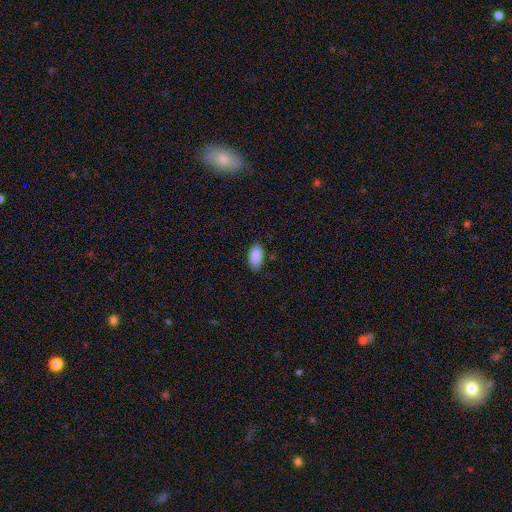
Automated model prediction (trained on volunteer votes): The model was most divided on "merging": none: 77%, minor disturbance: 18%, major disturbance: 3%, merger: 1%. More confident: how rounded — in between (94%); smooth or featured — smooth (89%).